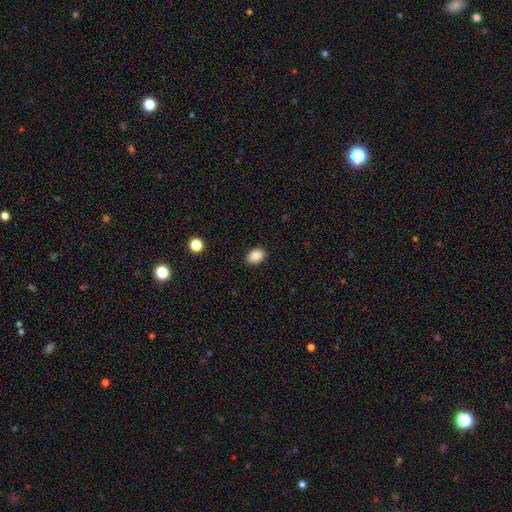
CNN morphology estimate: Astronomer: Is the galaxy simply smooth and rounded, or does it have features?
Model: smooth — 88%.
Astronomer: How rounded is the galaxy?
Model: in between — 83%.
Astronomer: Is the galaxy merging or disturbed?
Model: none — 87%.